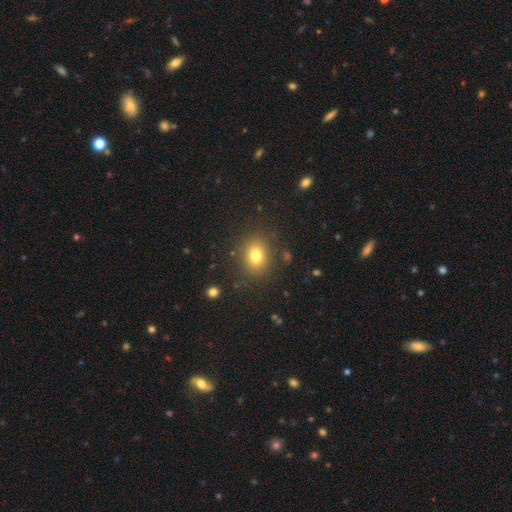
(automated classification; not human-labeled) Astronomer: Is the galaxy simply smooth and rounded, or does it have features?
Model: smooth — 78%.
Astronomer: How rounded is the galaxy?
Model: in between — 50% (runner-up: round, 49%).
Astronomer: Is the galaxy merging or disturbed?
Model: none — 84%.